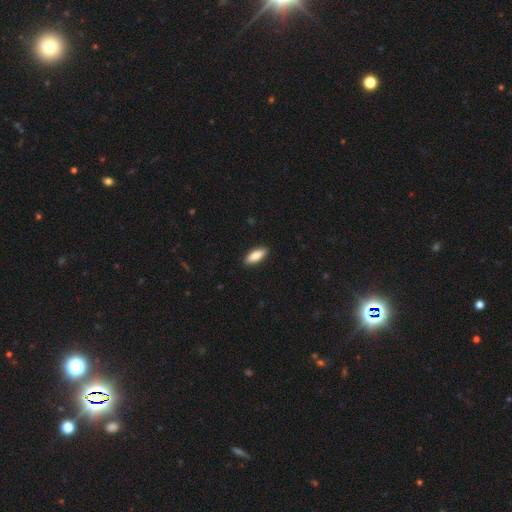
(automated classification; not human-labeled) smooth-or-featured: smooth: 83% | featured or disk: 11% | star or artifact: 6%
  how-rounded: in between: 72% | cigar-shaped: 26% | round: 2%
  merging: none: 89% | minor disturbance: 8% | major disturbance: 2% | merger: 1%